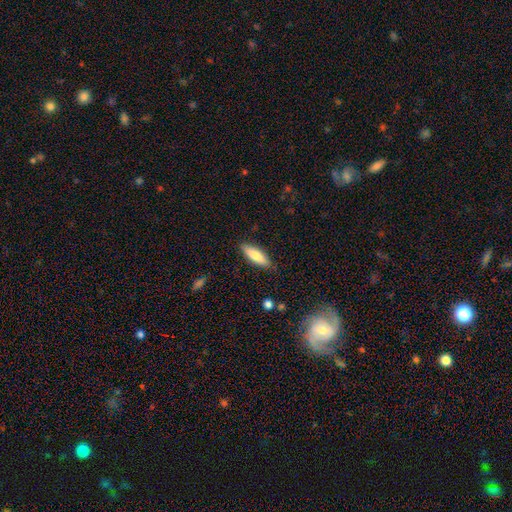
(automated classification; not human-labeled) Q: Smooth or featured?
A: smooth (77%); runner-up: featured or disk (17%)
Q: How rounded?
A: cigar-shaped (53%); runner-up: in between (45%)
Q: Merging?
A: none (87%); runner-up: minor disturbance (10%)